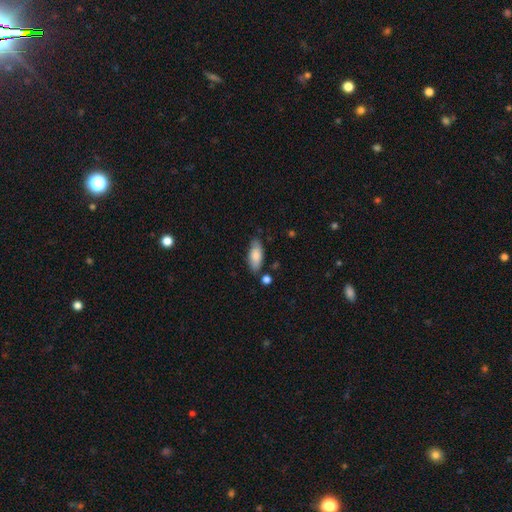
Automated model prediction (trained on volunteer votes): This appears to be a smooth galaxy with no disk features (82%) that is in between round and cigar-shaped (83%). Merging: none (76%).